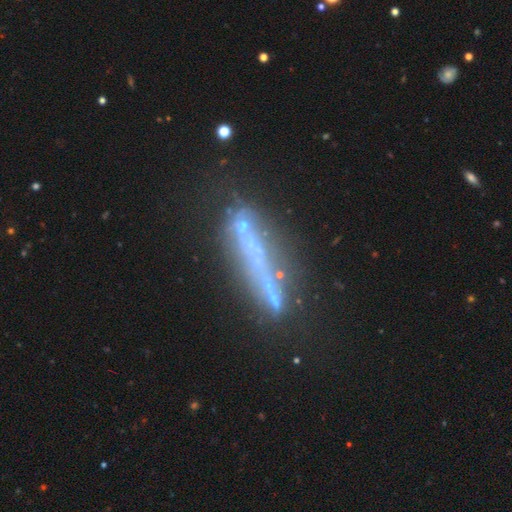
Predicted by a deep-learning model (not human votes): This appears to be a featured or disk galaxy (61%) viewed edge-on (66%). Merging: none (63%).